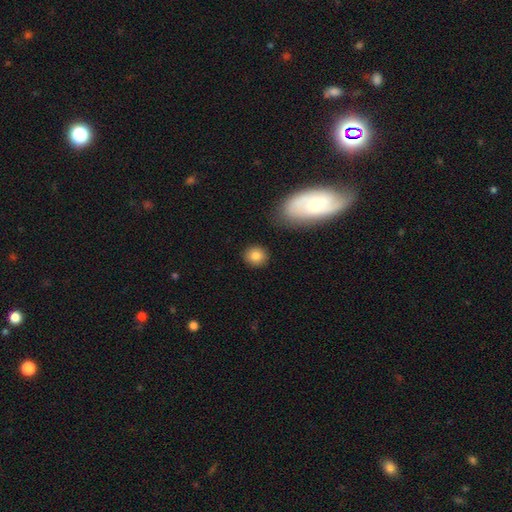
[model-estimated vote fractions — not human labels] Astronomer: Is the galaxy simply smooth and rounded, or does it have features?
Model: smooth — 84%.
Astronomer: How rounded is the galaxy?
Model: round — 83%.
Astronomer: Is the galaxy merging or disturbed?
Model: none — 88%.